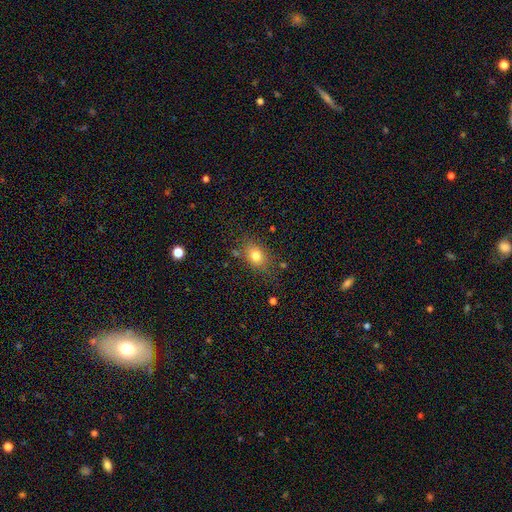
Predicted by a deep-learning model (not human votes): Morphology: type=smooth (78%); roundness=in between (66%); merging=none (75%).